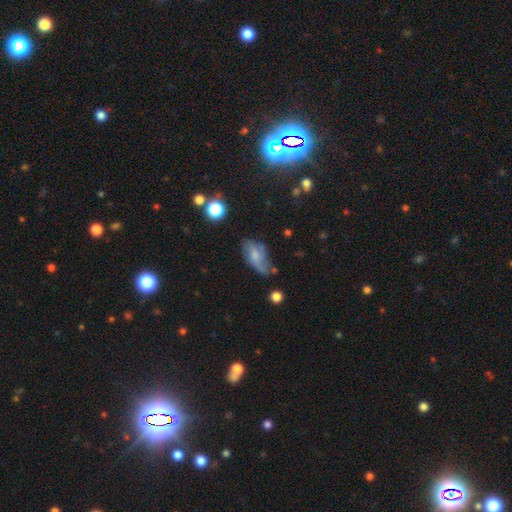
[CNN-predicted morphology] Smooth or featured: smooth — 52% (featured or disk — 38%)
How rounded: in between — 88% (cigar-shaped — 7%)
Merging: none — 41% (minor disturbance — 33%)